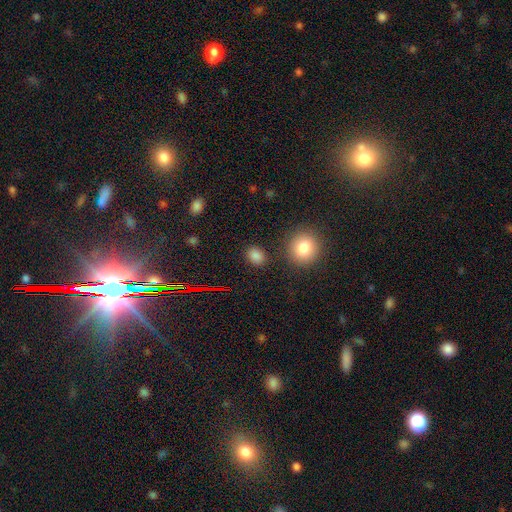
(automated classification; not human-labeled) Morphology: type=smooth (80%); roundness=in between (50%); merging=none (86%).